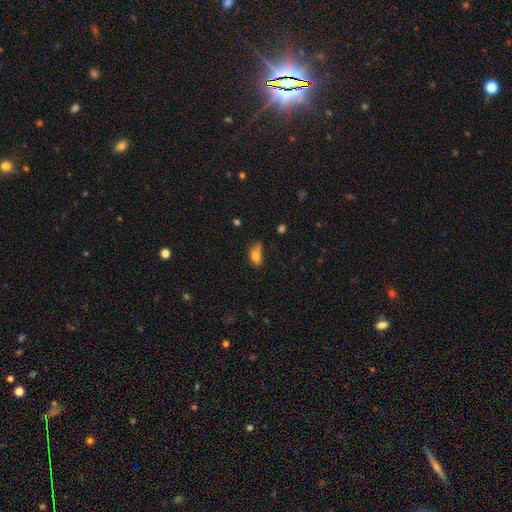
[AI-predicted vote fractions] smooth-or-featured: smooth: 76% | featured or disk: 12% | star or artifact: 11%
  how-rounded: in between: 81% | round: 13% | cigar-shaped: 6%
  merging: minor disturbance: 38% | none: 34% | major disturbance: 18% | merger: 10%